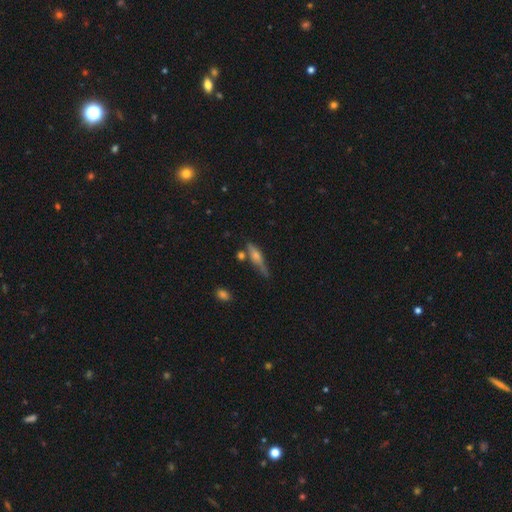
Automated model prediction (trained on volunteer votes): smooth_or_featured: smooth (p=0.50) [alt: featured or disk p=0.42]
how_rounded: cigar-shaped (p=0.70) [alt: in between p=0.27]
merging: none (p=0.57) [alt: minor disturbance p=0.25]